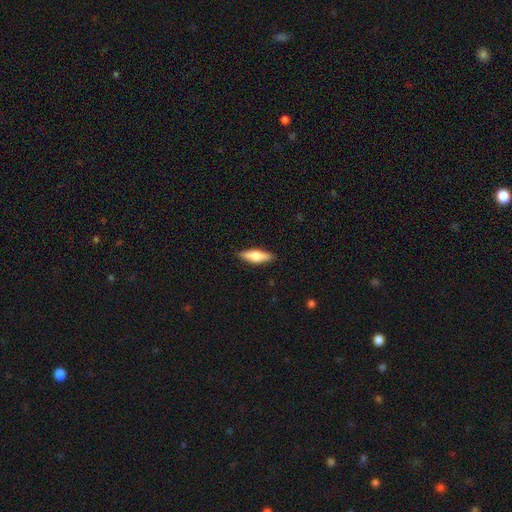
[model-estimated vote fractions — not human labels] A smooth galaxy with no disk features (63%) that is cigar-shaped (49%, tied with in between). Merging: none (88%).